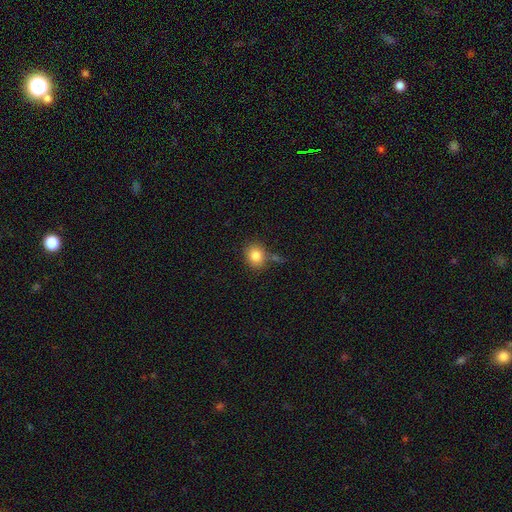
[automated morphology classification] Smooth or featured? smooth (83%)
How rounded? round (76%)
Merging? none (72%)